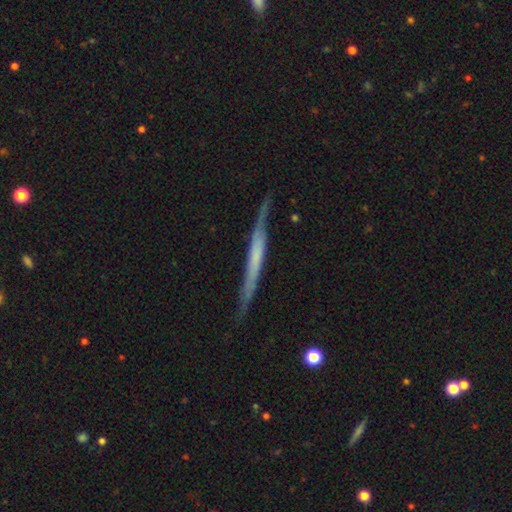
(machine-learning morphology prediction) Smooth or featured: featured or disk — 62% (smooth — 32%)
Edge-on disk: yes — 93% (no — 7%)
Edge-on bulge: none — 71% (boxy — 15%)
Merging: none — 77% (minor disturbance — 17%)